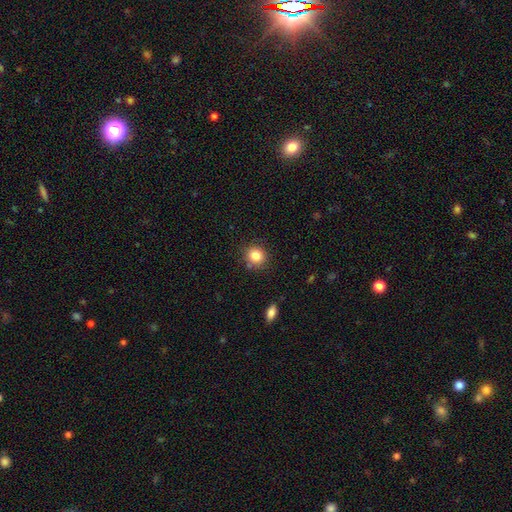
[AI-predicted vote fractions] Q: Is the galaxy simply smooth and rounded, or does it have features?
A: smooth — 83%.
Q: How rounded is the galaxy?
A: round — 87%.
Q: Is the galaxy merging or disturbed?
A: none — 84%.